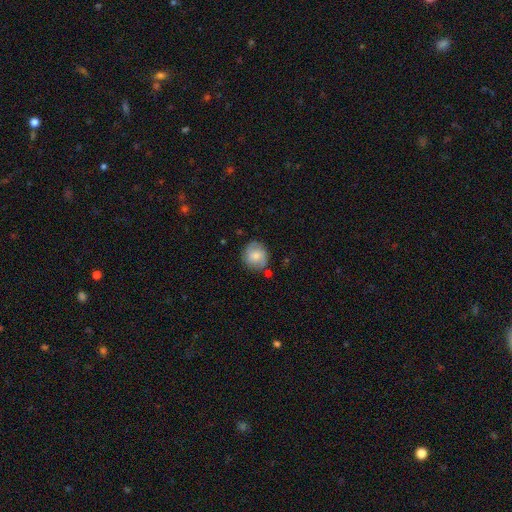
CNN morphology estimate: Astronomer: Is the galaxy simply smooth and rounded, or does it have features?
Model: smooth — 61%.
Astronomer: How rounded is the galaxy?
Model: round — 85%.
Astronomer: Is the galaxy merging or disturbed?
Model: none — 73%.